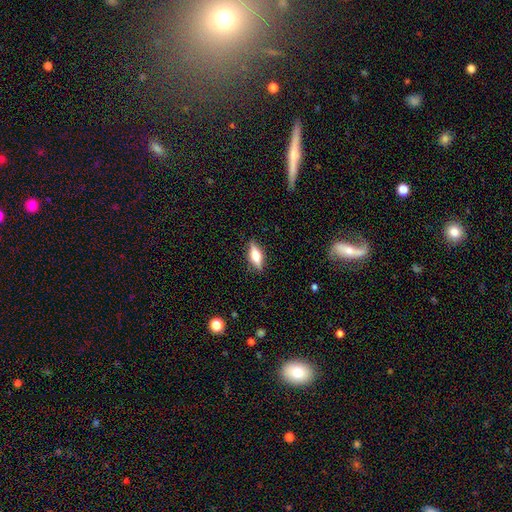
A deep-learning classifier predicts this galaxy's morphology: Q: Smooth or featured?
A: featured or disk (51%); runner-up: smooth (42%)
Q: Edge-on disk?
A: yes (93%); runner-up: no (7%)
Q: Merging?
A: none (87%); runner-up: minor disturbance (10%)